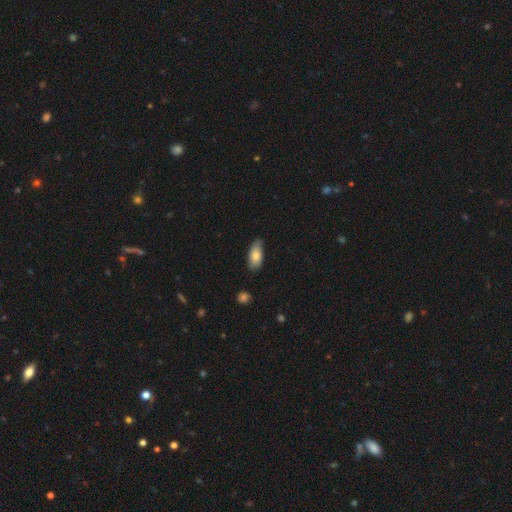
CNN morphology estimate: Overall: smooth (78%). How rounded: in between (89%). Merging: none (70%).